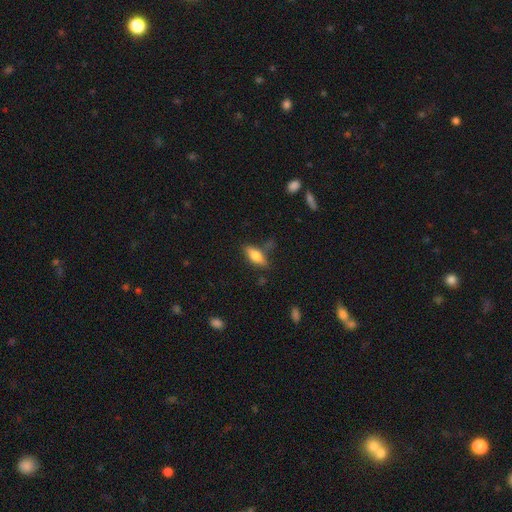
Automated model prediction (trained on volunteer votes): Morphology: type=smooth (67%); roundness=in between (70%); merging=none (70%).